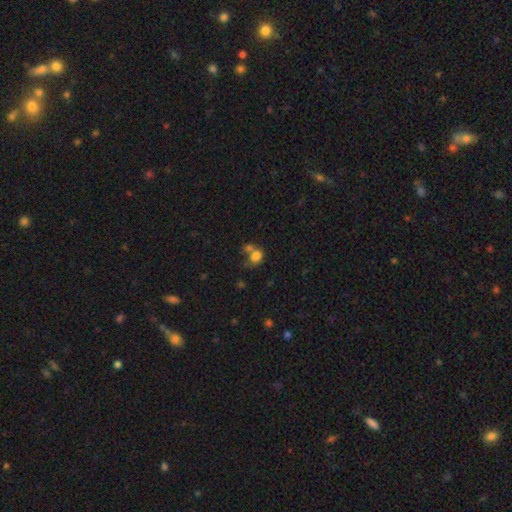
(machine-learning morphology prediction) A smooth galaxy with no disk features (76%) that is in between round and cigar-shaped (56%). Merging: merger (50%).